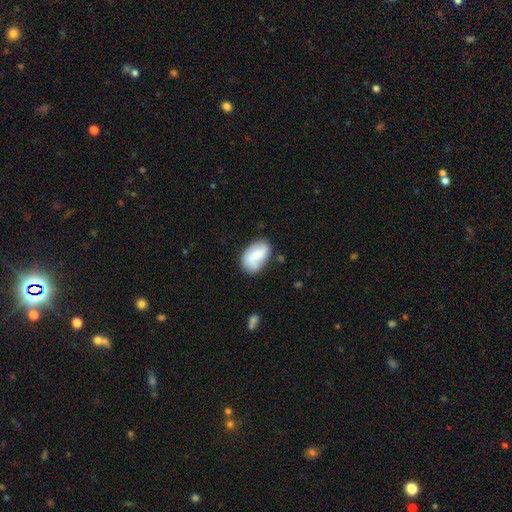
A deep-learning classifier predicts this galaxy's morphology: smooth-or-featured: smooth: 63% | featured or disk: 30% | star or artifact: 7%
  how-rounded: in between: 91% | round: 7% | cigar-shaped: 2%
  merging: none: 65% | minor disturbance: 25% | major disturbance: 7% | merger: 3%